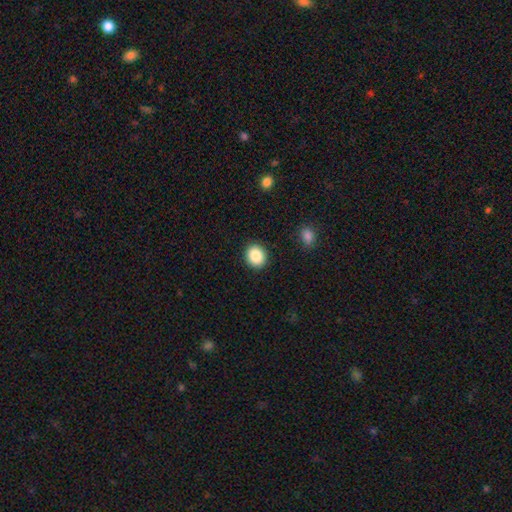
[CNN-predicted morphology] This appears to be a smooth galaxy with no disk features (87%) that is round (64%). Merging: none (90%).